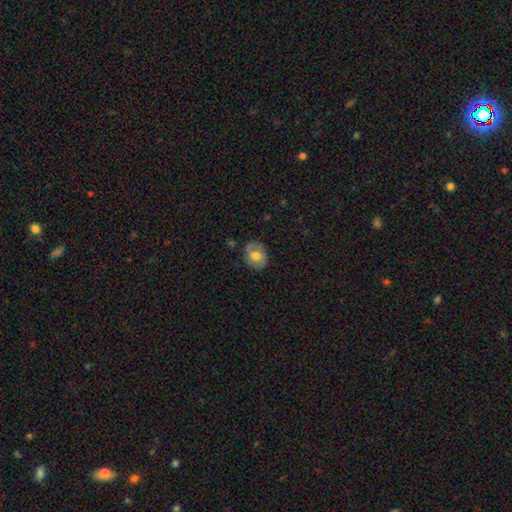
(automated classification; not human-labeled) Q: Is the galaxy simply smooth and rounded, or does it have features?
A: smooth — 68%.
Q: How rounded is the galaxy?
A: round — 51%.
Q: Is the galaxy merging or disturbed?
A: none — 77%.